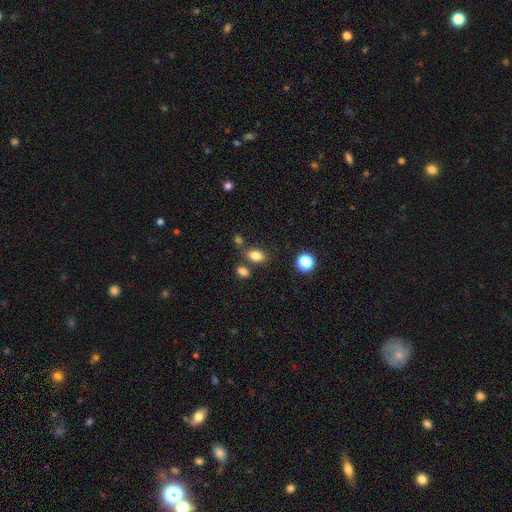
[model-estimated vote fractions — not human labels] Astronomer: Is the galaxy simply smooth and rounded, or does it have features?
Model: smooth — 82%.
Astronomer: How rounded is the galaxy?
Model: in between — 85%.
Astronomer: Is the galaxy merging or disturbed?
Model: none — 72%.